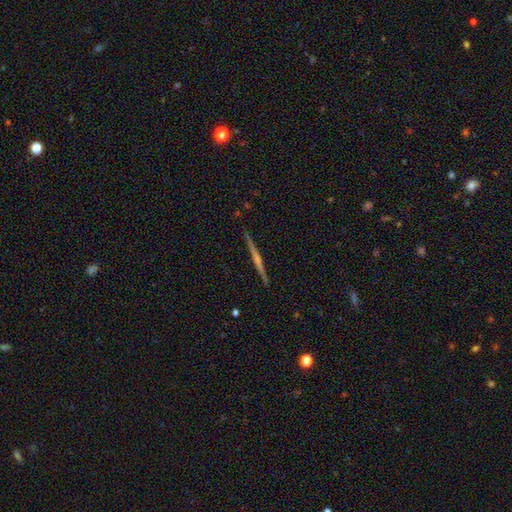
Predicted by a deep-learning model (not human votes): featured or disk 74%, smooth 20%, star or artifact 6%. Down the decision tree: edge-on disk — yes (98%); edge-on bulge — rounded (45%); merging — none (92%).